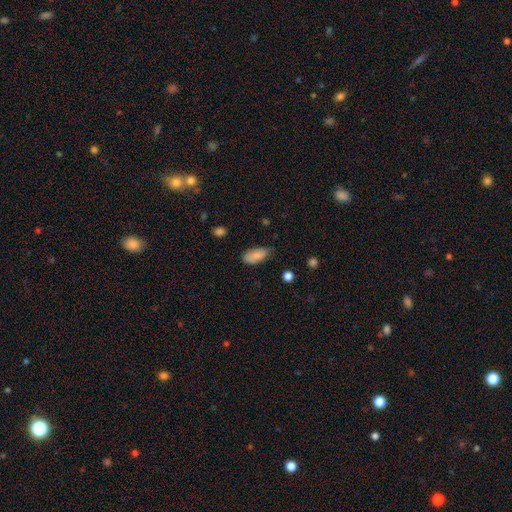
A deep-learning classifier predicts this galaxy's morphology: Q: Smooth or featured?
A: smooth (81%); runner-up: featured or disk (12%)
Q: How rounded?
A: in between (93%); runner-up: cigar-shaped (4%)
Q: Merging?
A: none (63%); runner-up: minor disturbance (30%)